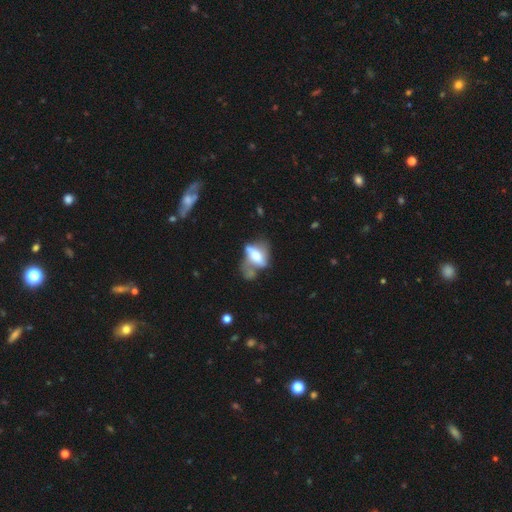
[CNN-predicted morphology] smooth-or-featured: featured or disk: 52% | smooth: 38% | star or artifact: 9%
  disk-edge-on: no: 82% | yes: 18%
  merging: none: 28% (tied) | major disturbance: 28% (tied) | minor disturbance: 22% | merger: 21%